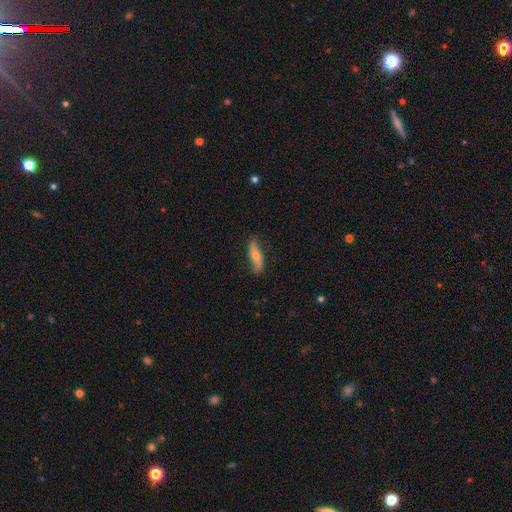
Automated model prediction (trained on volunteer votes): This is possibly a featured or disk galaxy (57%). It is likely not viewed edge-on (62%). Merging: likely none (77%).